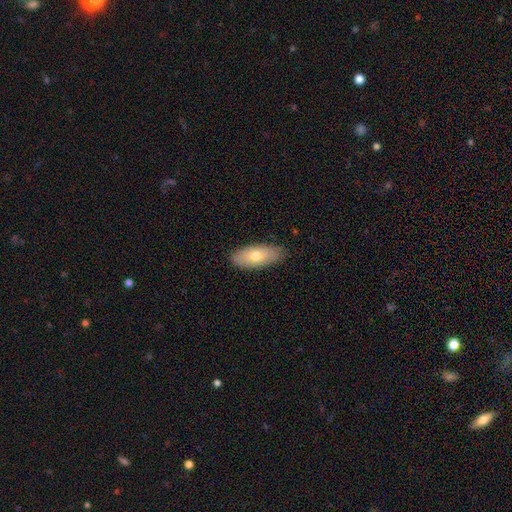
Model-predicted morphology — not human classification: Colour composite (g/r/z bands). It shows a smooth galaxy with no disk features (70%) that is in between round and cigar-shaped (84%). Merging: none (86%).